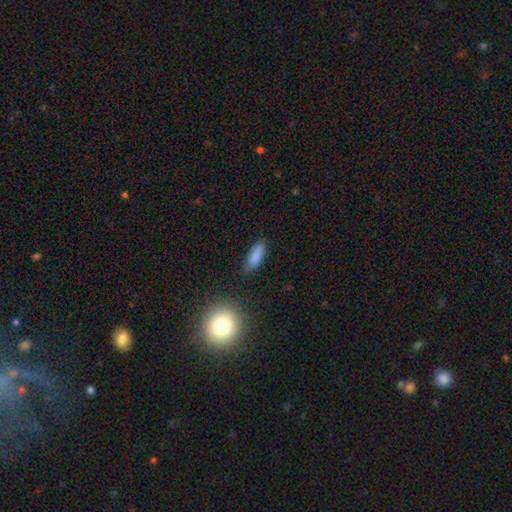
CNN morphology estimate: type=smooth (84%); roundness=in between (62%); merging=none (78%).